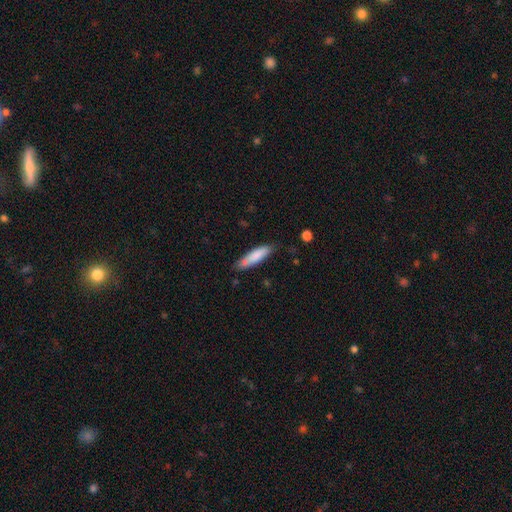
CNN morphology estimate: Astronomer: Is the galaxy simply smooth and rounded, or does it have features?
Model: smooth — 81%.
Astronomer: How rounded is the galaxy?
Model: cigar-shaped — 69%.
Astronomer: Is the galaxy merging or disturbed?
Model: none — 74%.